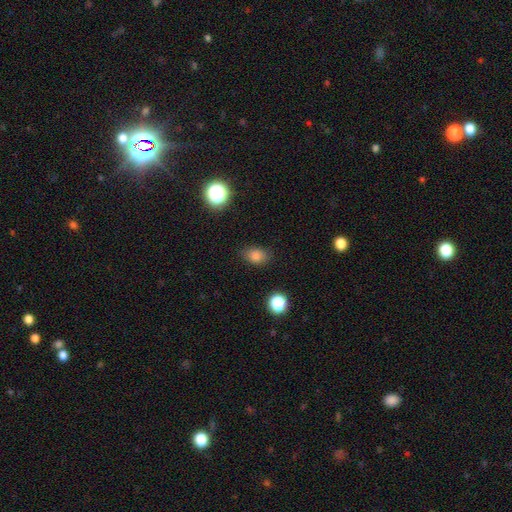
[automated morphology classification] smooth-or-featured: smooth: 82% | star or artifact: 13% | featured or disk: 5%
  how-rounded: in between: 75% | round: 24% | cigar-shaped: 1%
  merging: none: 81% | minor disturbance: 14% | major disturbance: 4% | merger: 1%